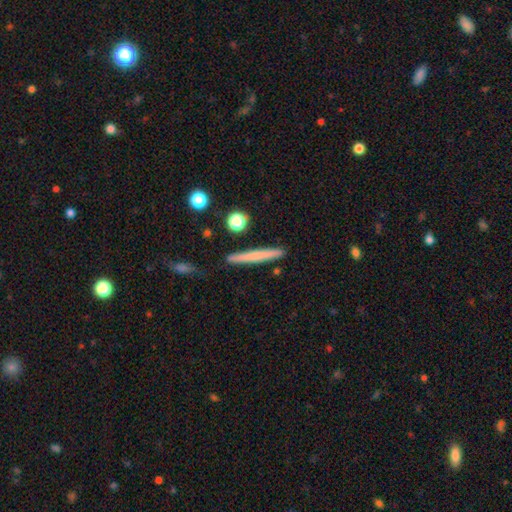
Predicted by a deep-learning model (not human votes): Q: Smooth or featured?
A: smooth (60%); runner-up: featured or disk (32%)
Q: How rounded?
A: cigar-shaped (96%); runner-up: in between (2%)
Q: Merging?
A: none (89%); runner-up: minor disturbance (7%)